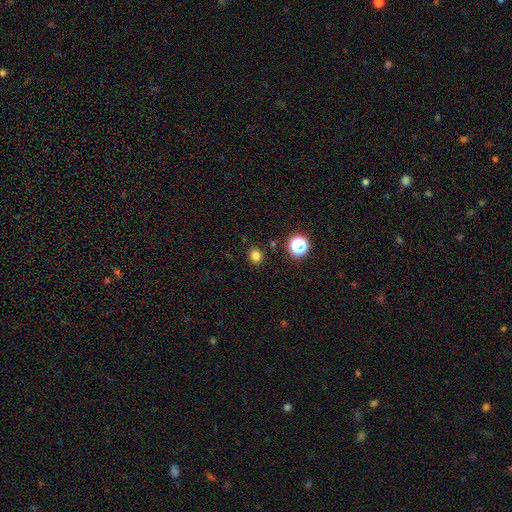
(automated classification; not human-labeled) smooth_or_featured: smooth (p=0.79) [alt: star or artifact p=0.16]
how_rounded: round (p=0.80) [alt: in between p=0.19]
merging: none (p=0.88) [alt: minor disturbance p=0.07]